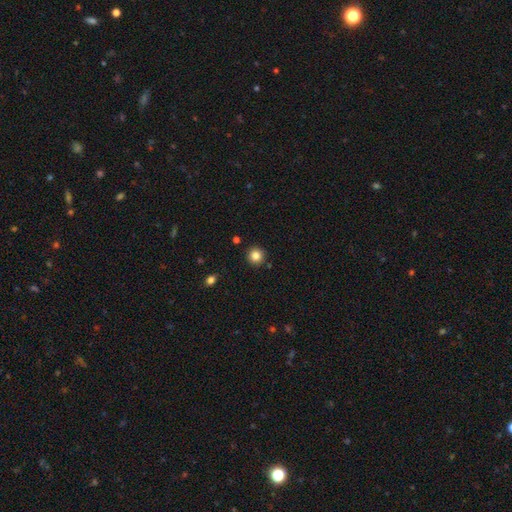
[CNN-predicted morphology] smooth-or-featured: smooth: 84% | star or artifact: 11% | featured or disk: 5%
  how-rounded: round: 94% | in between: 5% | cigar-shaped: 1%
  merging: none: 91% | minor disturbance: 6% | merger: 2% | major disturbance: 2%